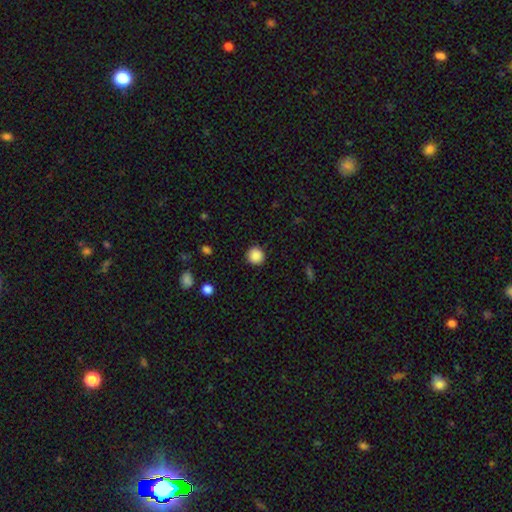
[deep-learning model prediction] Smooth or featured? smooth (87%)
How rounded? round (94%)
Merging? none (91%)